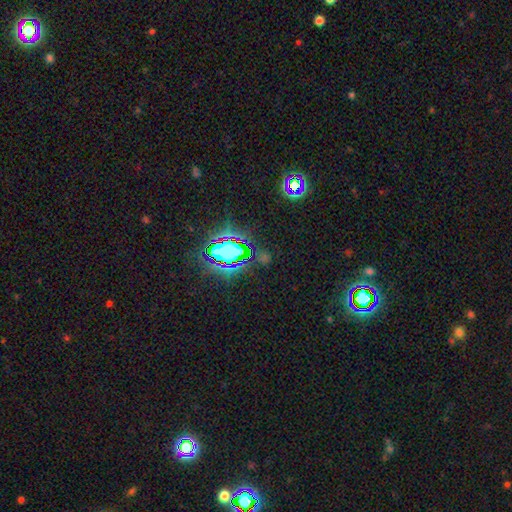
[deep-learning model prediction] Smooth or featured? Predicted: star or artifact (p=0.80).